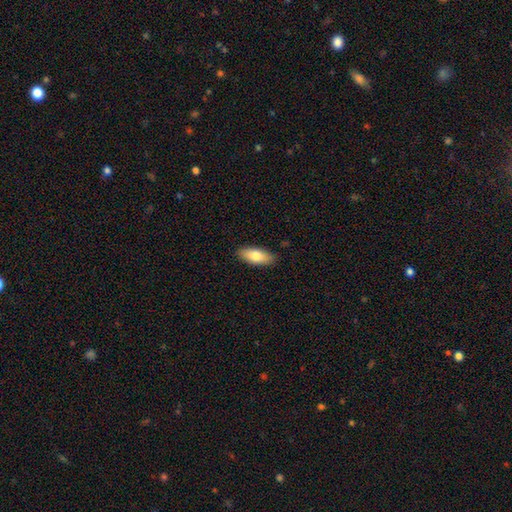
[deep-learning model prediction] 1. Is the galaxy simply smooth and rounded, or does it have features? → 78% smooth, 16% featured or disk, 6% star or artifact.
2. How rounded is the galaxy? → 82% in between, 15% cigar-shaped, 2% round.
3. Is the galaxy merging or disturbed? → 89% none, 9% minor disturbance, 2% major disturbance, 1% merger.